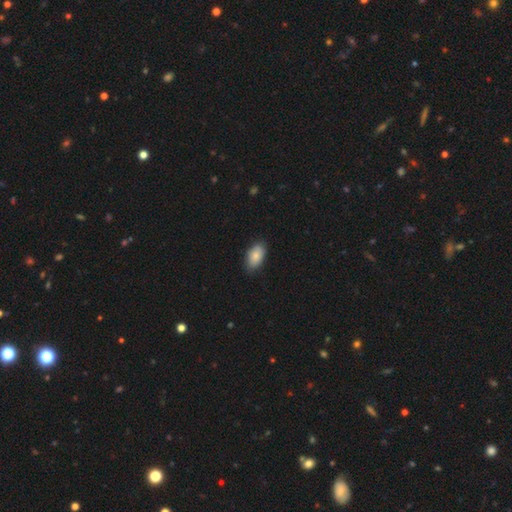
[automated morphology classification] Smooth or featured? Predicted: smooth (p=0.84). How rounded? Predicted: in between (p=0.93). Merging? Predicted: none (p=0.81).